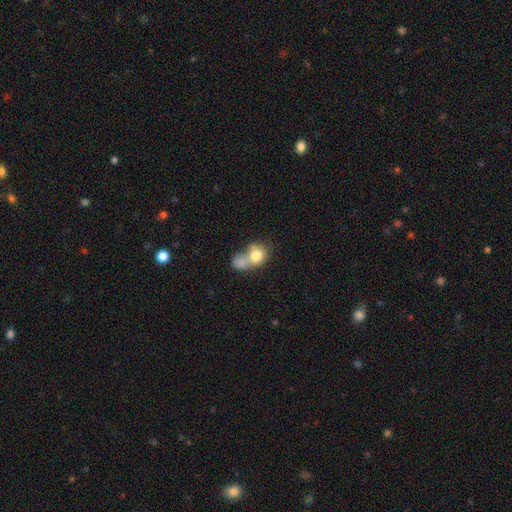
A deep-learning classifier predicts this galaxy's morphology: type=smooth (76%); roundness=round (56%); merging=merger (69%).